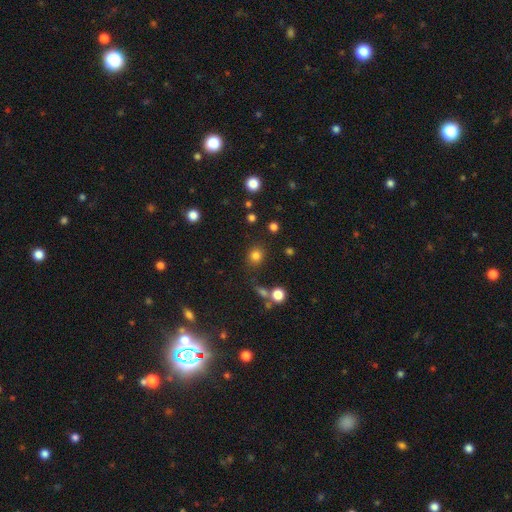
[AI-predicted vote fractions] smooth-or-featured: smooth: 80% | star or artifact: 15% | featured or disk: 5%
  how-rounded: round: 83% | in between: 16% | cigar-shaped: 1%
  merging: none: 81% | minor disturbance: 10% | merger: 5% | major disturbance: 4%